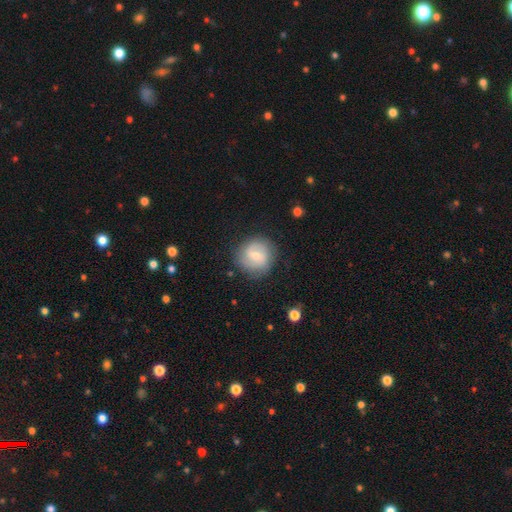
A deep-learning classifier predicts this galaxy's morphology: type=featured or disk (53%); edge-on=no (98%); bar=weak (51%); spiral arms=yes (83%); bulge=small (53%); merging=none (81%).